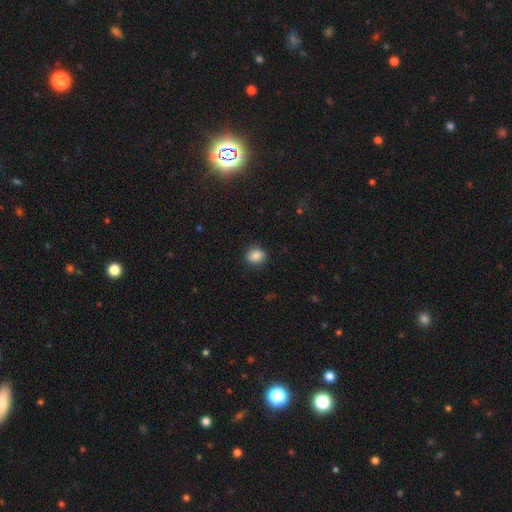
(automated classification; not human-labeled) Smooth or featured? smooth (86%)
How rounded? round (70%)
Merging? none (86%)